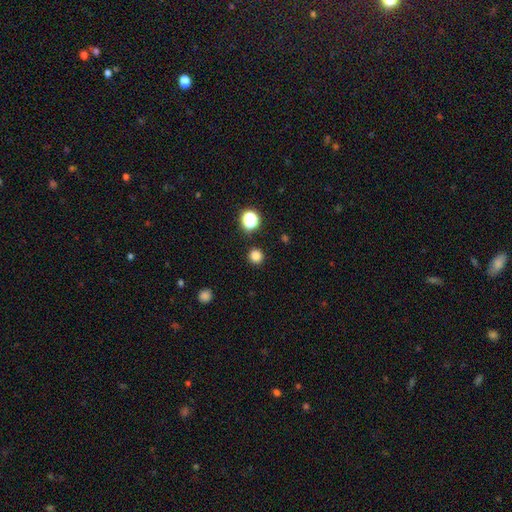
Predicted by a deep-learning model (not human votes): This appears to be a smooth galaxy with no disk features (81%) that is round (94%). Merging: none (91%).